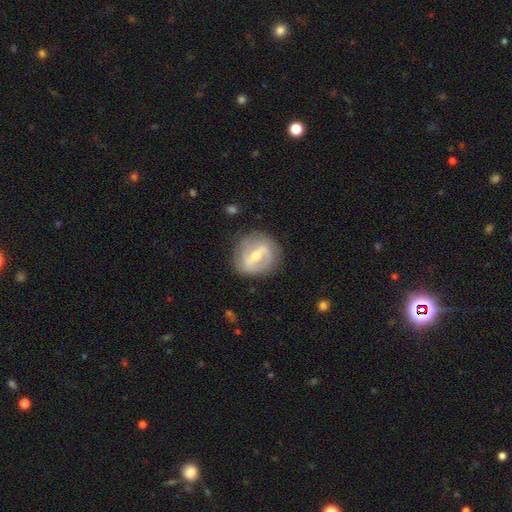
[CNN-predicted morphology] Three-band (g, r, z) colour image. It shows a featured or disk galaxy (70%) with a strong bar (55%), spiral arms (54%) and a moderate central bulge (60%). Merging: none (78%).